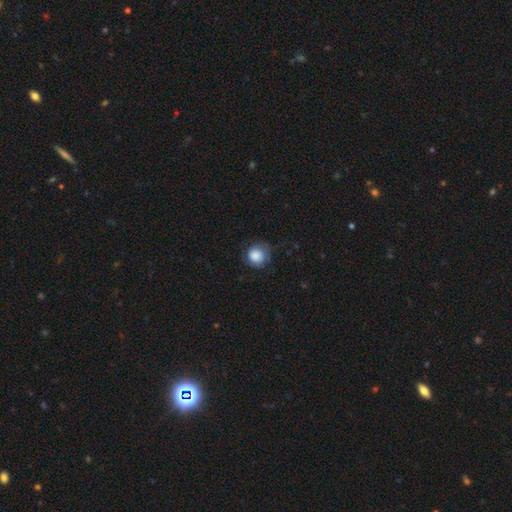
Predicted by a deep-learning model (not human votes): Smooth or featured? smooth (82%)
How rounded? round (89%)
Merging? none (68%)